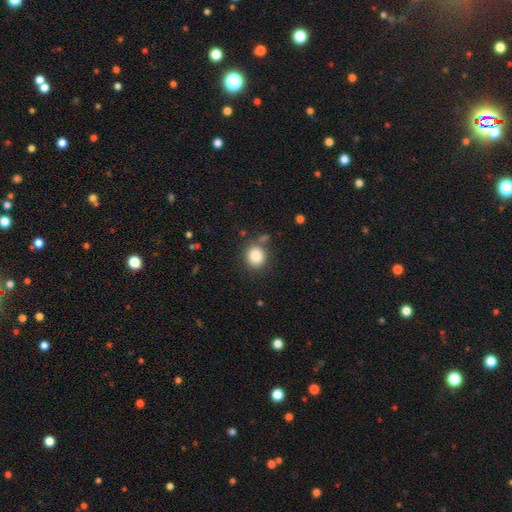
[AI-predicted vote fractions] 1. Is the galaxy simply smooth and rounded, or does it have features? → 85% smooth, 10% star or artifact, 5% featured or disk.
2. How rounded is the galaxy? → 78% round, 21% in between, 1% cigar-shaped.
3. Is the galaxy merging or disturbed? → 77% none, 12% minor disturbance, 7% merger, 4% major disturbance.